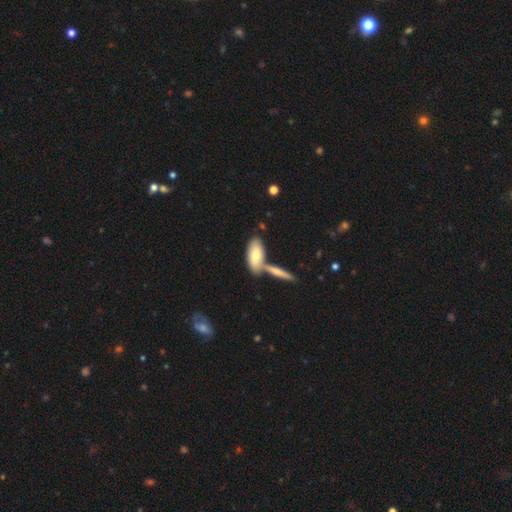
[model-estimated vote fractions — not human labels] smooth 72%, featured or disk 23%, star or artifact 5%. Down the decision tree: how rounded — in between (79%); merging — none (48%).